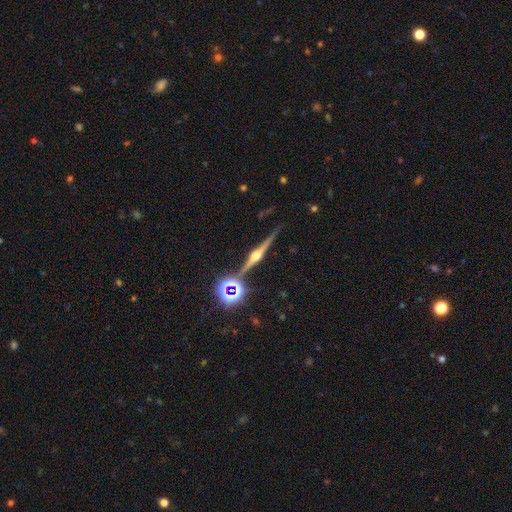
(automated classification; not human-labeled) The model was most divided on "smooth or featured": featured or disk: 82%, star or artifact: 11%, smooth: 7%. More confident: edge-on disk — yes (98%); edge-on bulge — rounded (96%); merging — none (87%).